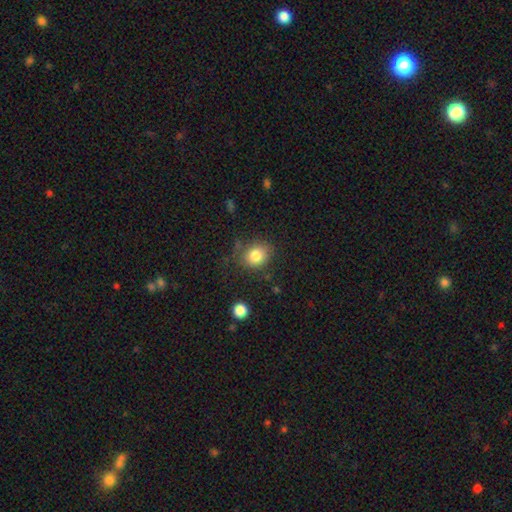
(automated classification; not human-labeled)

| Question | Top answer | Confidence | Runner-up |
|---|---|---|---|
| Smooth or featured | smooth | 82% | star or artifact (10%) |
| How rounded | round | 64% | in between (35%) |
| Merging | none | 74% | minor disturbance (17%) |